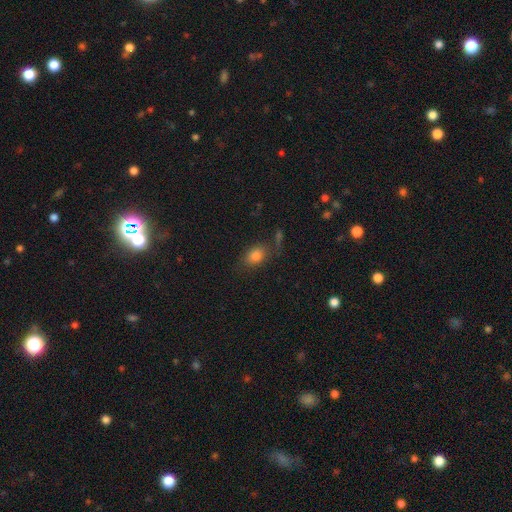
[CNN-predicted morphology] type=smooth (80%); roundness=in between (76%); merging=none (67%).